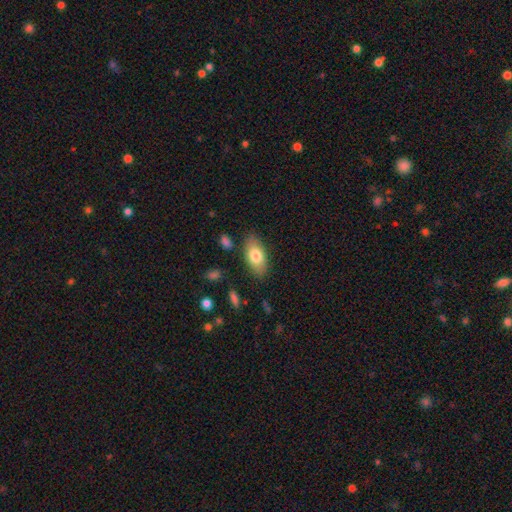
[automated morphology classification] smooth-or-featured: smooth: 78% | featured or disk: 16% | star or artifact: 7%
  how-rounded: in between: 91% | cigar-shaped: 5% | round: 4%
  merging: none: 82% | minor disturbance: 12% | major disturbance: 3% | merger: 2%